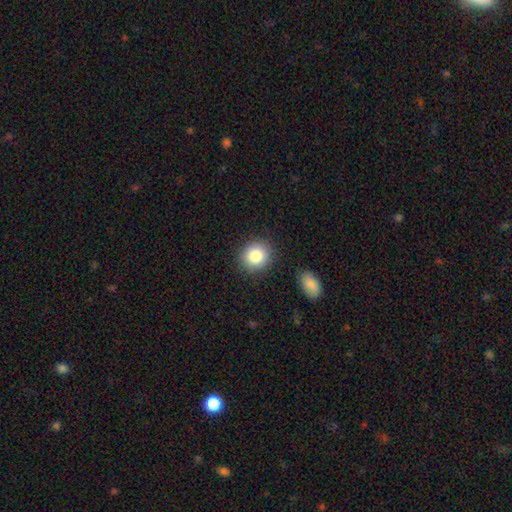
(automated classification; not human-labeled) A smooth galaxy with no disk features (84%) that is round (81%). Merging: none (87%).